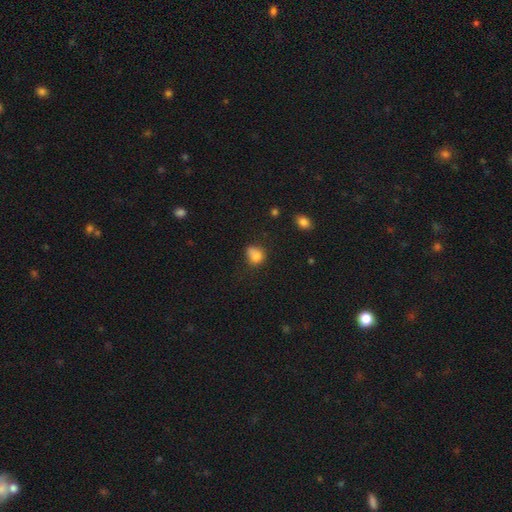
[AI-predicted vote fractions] Morphology: type=smooth (80%); roundness=round (60%); merging=none (45%).